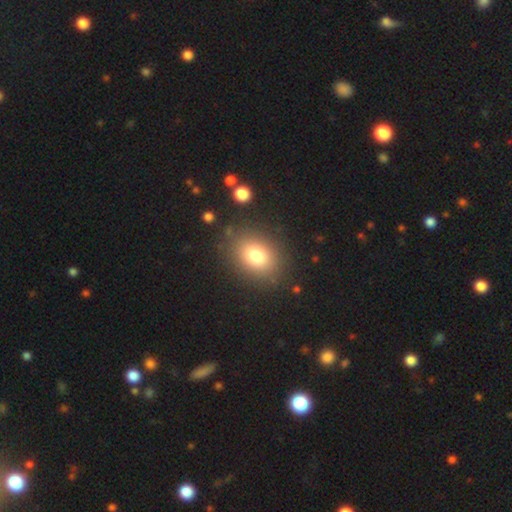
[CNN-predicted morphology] The model was most divided on "how rounded": in between: 54%, round: 45%, cigar-shaped: 1%. More confident: merging — none (84%); smooth or featured — smooth (78%).